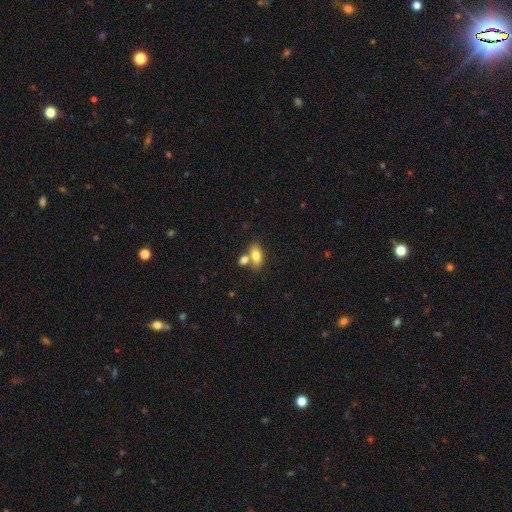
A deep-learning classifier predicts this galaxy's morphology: smooth_or_featured: smooth (p=0.77) [alt: featured or disk p=0.15]
how_rounded: in between (p=0.87) [alt: cigar-shaped p=0.07]
merging: none (p=0.50) [alt: merger p=0.35]